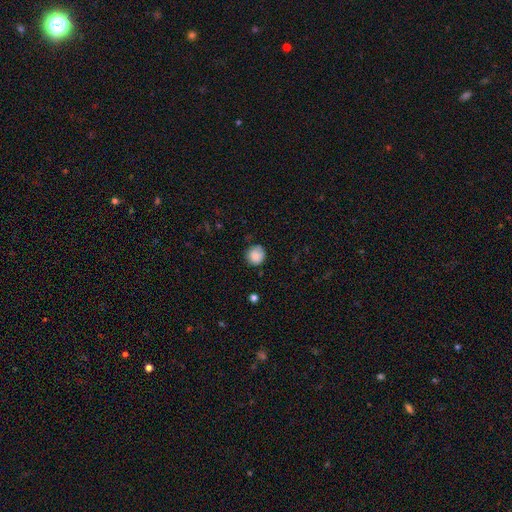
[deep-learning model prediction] Overall: smooth (86%). How rounded: round (91%). Merging: none (77%).